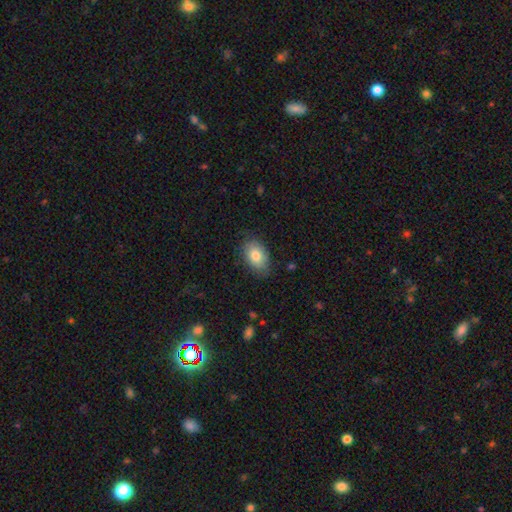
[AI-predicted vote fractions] smooth 81%, featured or disk 12%, star or artifact 7%. Down the decision tree: how rounded — in between (86%); merging — none (78%).